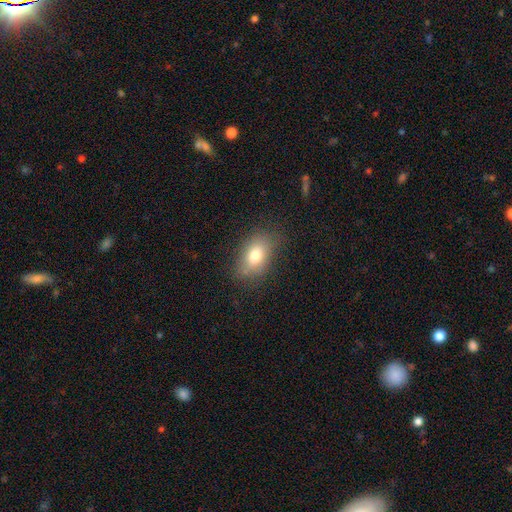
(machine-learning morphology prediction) smooth-or-featured: smooth: 76% | featured or disk: 14% | star or artifact: 10%
  how-rounded: in between: 84% | round: 14% | cigar-shaped: 2%
  merging: none: 74% | minor disturbance: 19% | major disturbance: 6% | merger: 2%